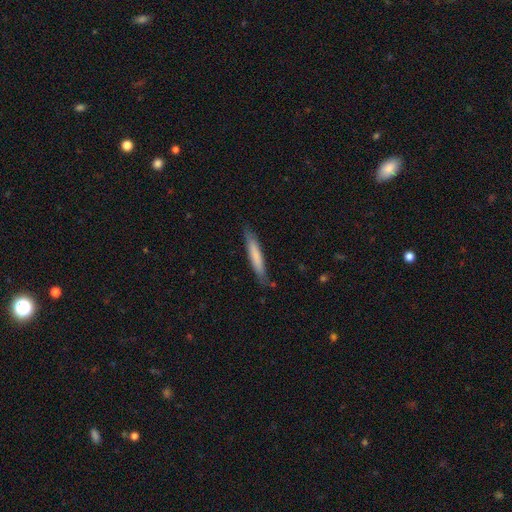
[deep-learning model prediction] Smooth or featured? Predicted: smooth (p=0.73). How rounded? Predicted: cigar-shaped (p=0.92). Merging? Predicted: none (p=0.82).